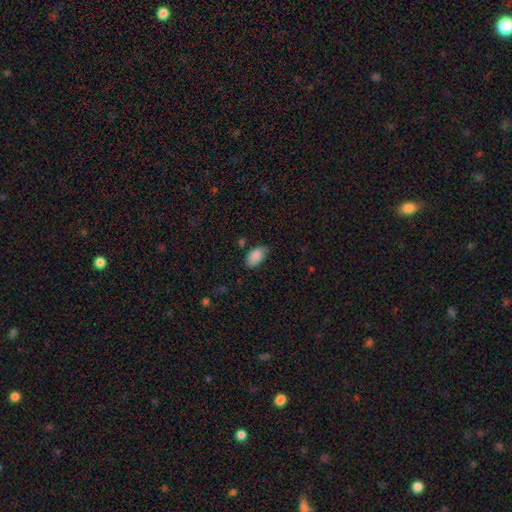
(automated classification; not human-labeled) Overall: smooth (89%). How rounded: in between (94%). Merging: none (74%).